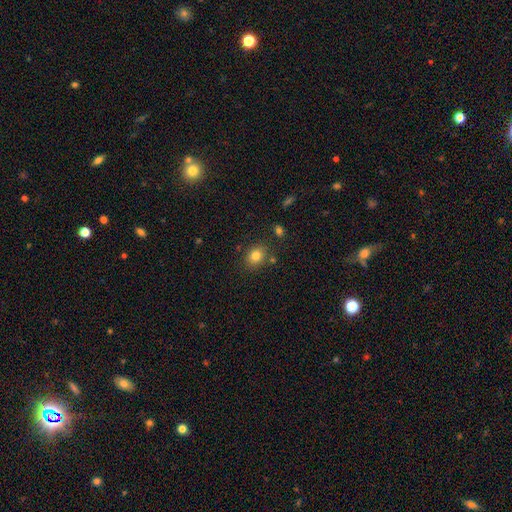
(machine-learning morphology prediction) type=smooth (80%); roundness=round (54%); merging=none (82%).